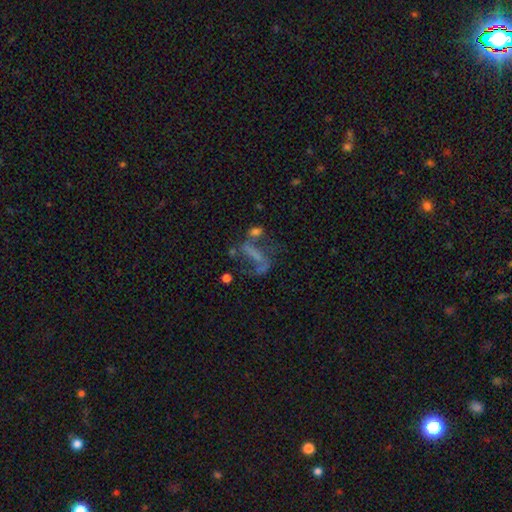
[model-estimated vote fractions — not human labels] Smooth or featured? featured or disk (51%)
Edge-on disk? no (89%)
Merging? none (33%, tied with major disturbance)